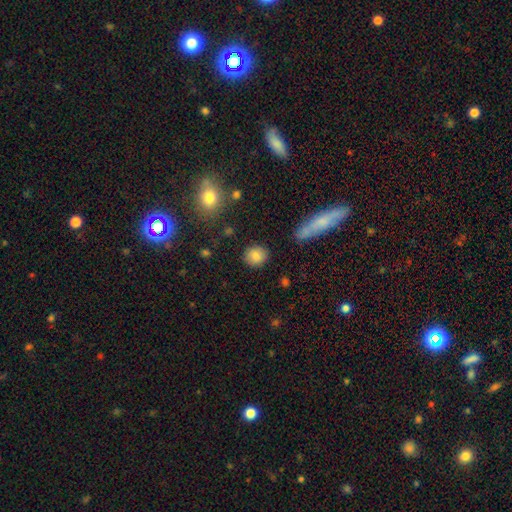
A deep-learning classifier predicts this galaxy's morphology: Overall: smooth (83%). How rounded: round (77%). Merging: none (88%).